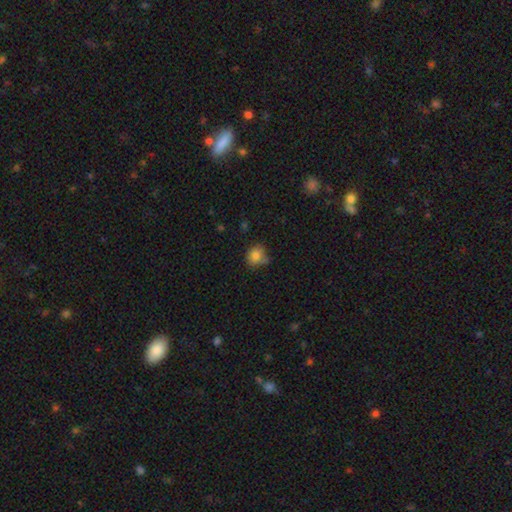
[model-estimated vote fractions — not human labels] Overall: smooth (81%). How rounded: round (72%). Merging: none (63%; minor disturbance 26%).